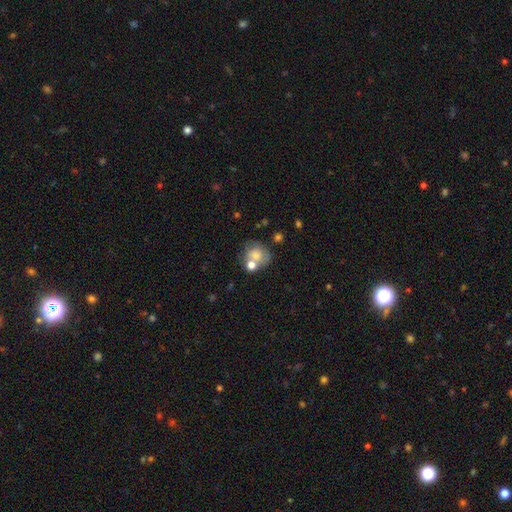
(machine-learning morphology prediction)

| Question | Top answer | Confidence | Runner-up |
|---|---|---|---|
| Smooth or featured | smooth | 69% | featured or disk (21%) |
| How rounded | round | 63% | in between (36%) |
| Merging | none | 41% | merger (32%) |